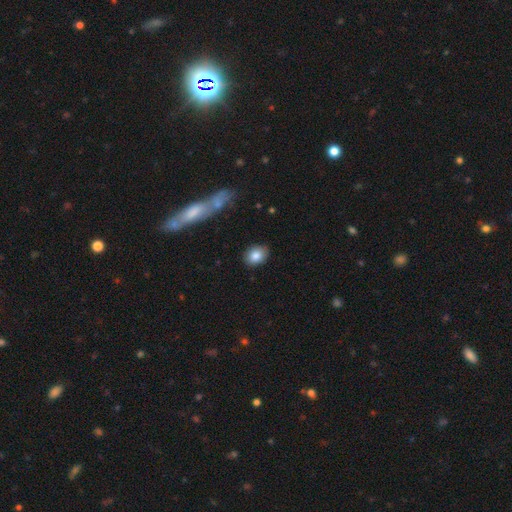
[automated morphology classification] A smooth galaxy with no disk features (83%) that is in between round and cigar-shaped (56%).

Vote fractions:
- Smooth or featured? smooth: 83% / featured or disk: 8% / star or artifact: 8%
- How rounded? in between: 56% / round: 43% / cigar-shaped: 1%
- Merging? none: 86% / minor disturbance: 10% / major disturbance: 2% / merger: 2%